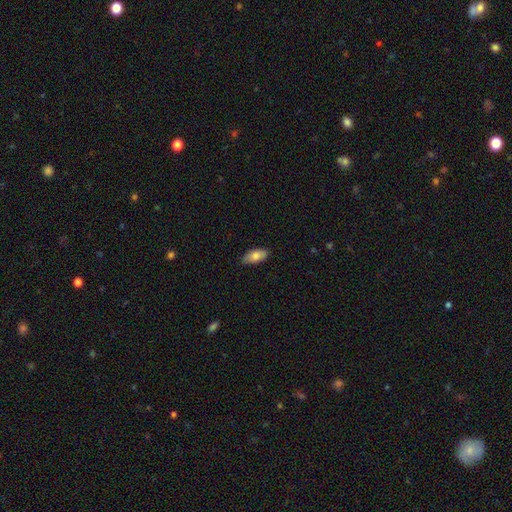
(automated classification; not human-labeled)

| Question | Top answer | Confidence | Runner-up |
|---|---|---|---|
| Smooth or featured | smooth | 80% | featured or disk (14%) |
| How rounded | in between | 88% | cigar-shaped (10%) |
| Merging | none | 87% | minor disturbance (10%) |